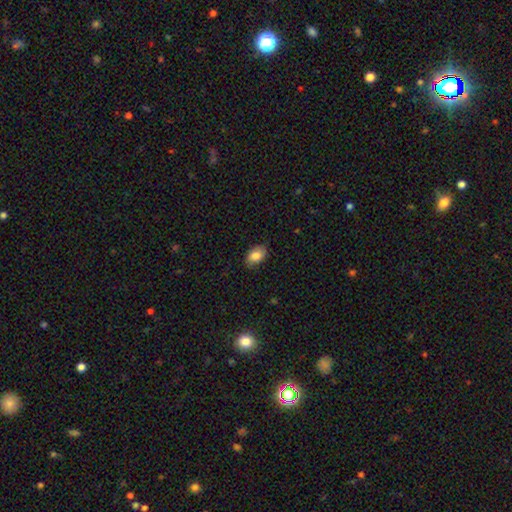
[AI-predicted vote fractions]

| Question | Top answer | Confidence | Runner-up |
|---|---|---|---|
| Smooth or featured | smooth | 81% | featured or disk (11%) |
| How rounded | in between | 88% | round (11%) |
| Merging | none | 81% | minor disturbance (15%) |